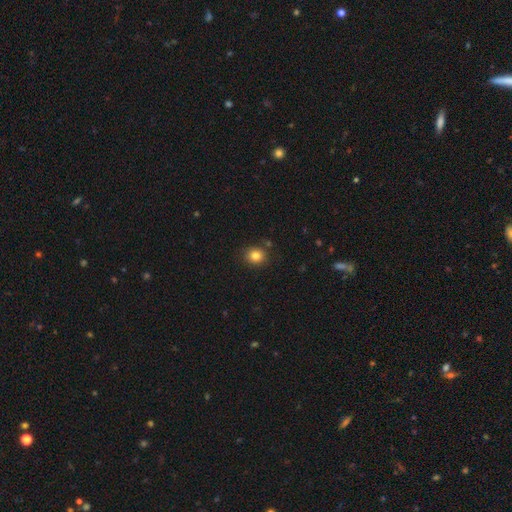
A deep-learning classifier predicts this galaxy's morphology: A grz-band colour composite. It shows a smooth galaxy with no disk features (83%) that is round (79%). Merging: none (86%).